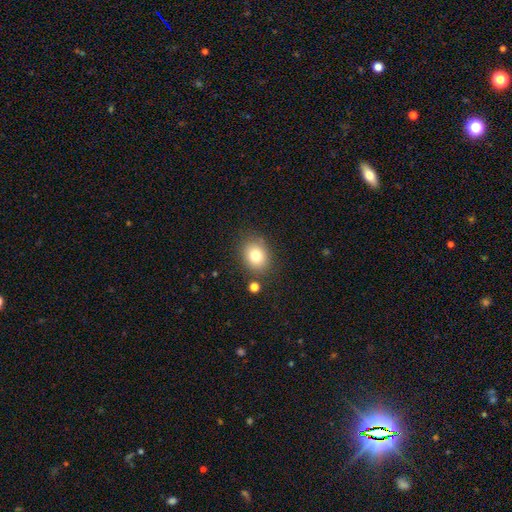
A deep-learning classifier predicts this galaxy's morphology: Q: Smooth or featured?
A: smooth (79%); runner-up: star or artifact (11%)
Q: How rounded?
A: round (51%); runner-up: in between (49%)
Q: Merging?
A: none (81%); runner-up: minor disturbance (12%)